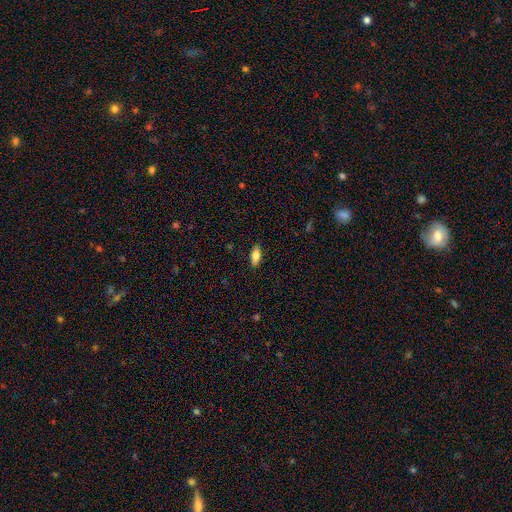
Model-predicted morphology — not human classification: Overall: smooth (75%). How rounded: in between (76%). Merging: none (88%).